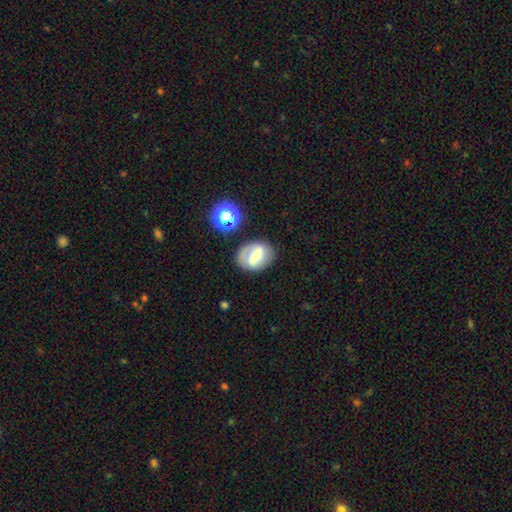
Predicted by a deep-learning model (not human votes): Smooth or featured? featured or disk (52%)
Edge-on disk? no (96%)
Bar? strong (47%)
Spiral arms? yes (66%)
Bulge size? small (39%)
Merging? none (68%)